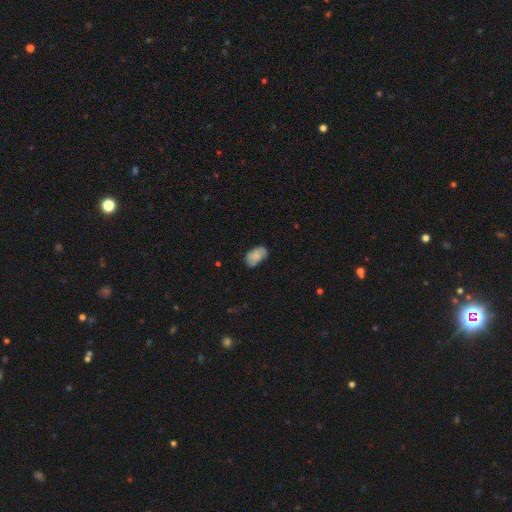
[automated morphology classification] Smooth or featured: smooth — 75% (featured or disk — 17%)
How rounded: in between — 92% (round — 6%)
Merging: none — 63% (minor disturbance — 29%)